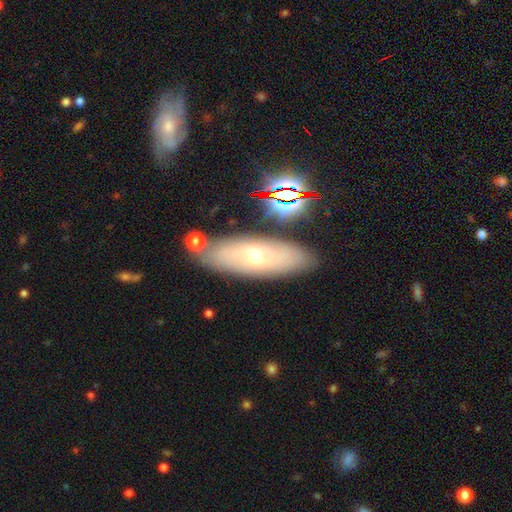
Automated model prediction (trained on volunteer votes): Smooth or featured? smooth (45%)
Merging? none (80%)